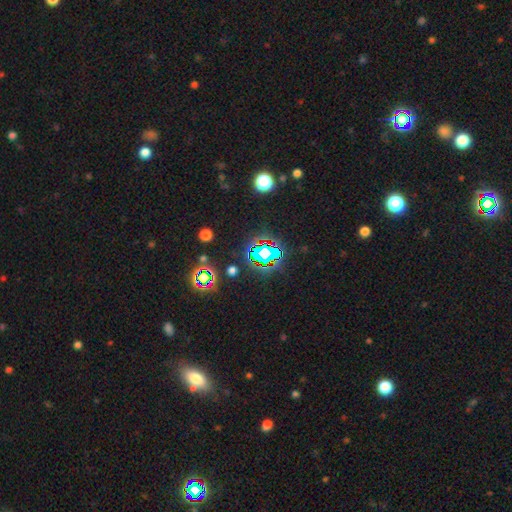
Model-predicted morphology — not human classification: star or artifact 77%, smooth 14%, featured or disk 9%.